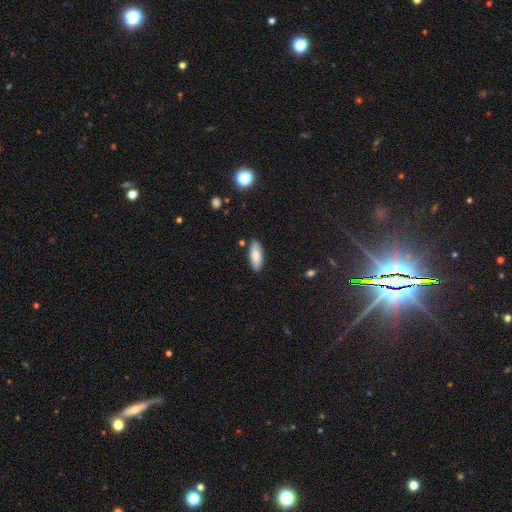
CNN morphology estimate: smooth_or_featured: smooth (p=0.81) [alt: featured or disk p=0.13]
how_rounded: in between (p=0.77) [alt: cigar-shaped p=0.22]
merging: none (p=0.86) [alt: minor disturbance p=0.10]